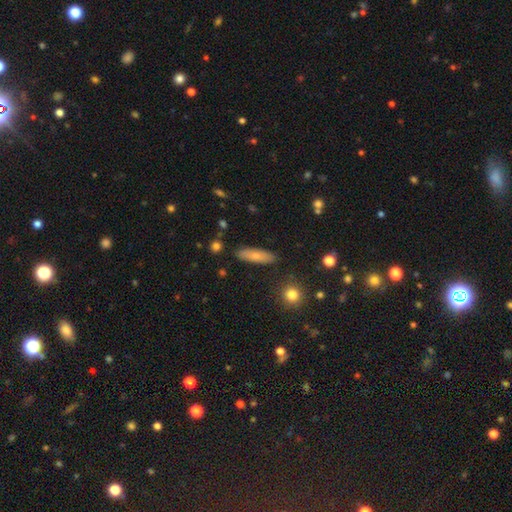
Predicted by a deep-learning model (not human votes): Smooth or featured?
  - smooth: 71% *
  - featured or disk: 22%
  - star or artifact: 7%
How rounded?
  - cigar-shaped: 56% *
  - in between: 41%
  - round: 3%
Merging?
  - none: 86% *
  - minor disturbance: 10%
  - major disturbance: 2%
  - merger: 2%